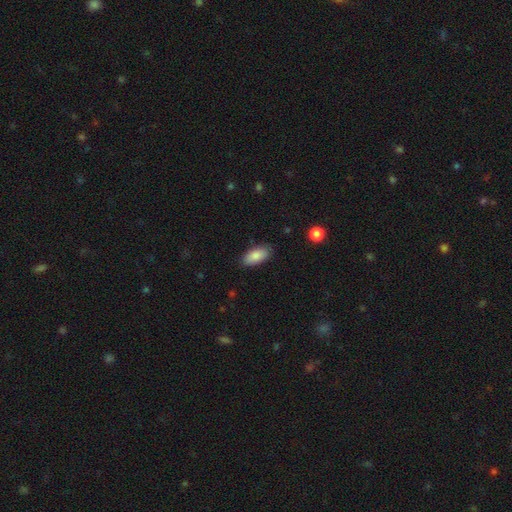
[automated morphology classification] type=smooth (86%); roundness=in between (90%); merging=none (85%).